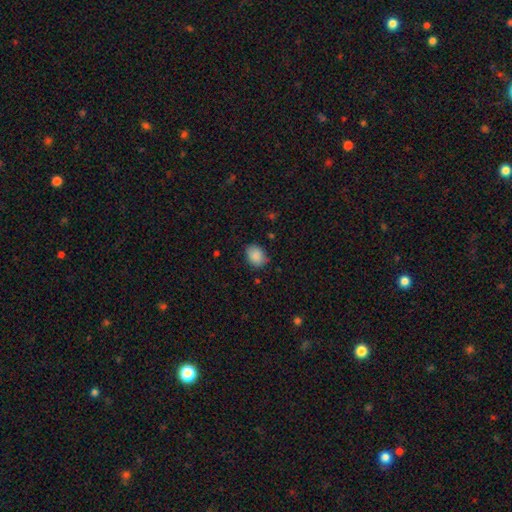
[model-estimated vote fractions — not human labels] The model was most divided on "how rounded": in between: 67%, round: 33%, cigar-shaped: 1%. More confident: smooth or featured — smooth (88%); merging — none (76%).